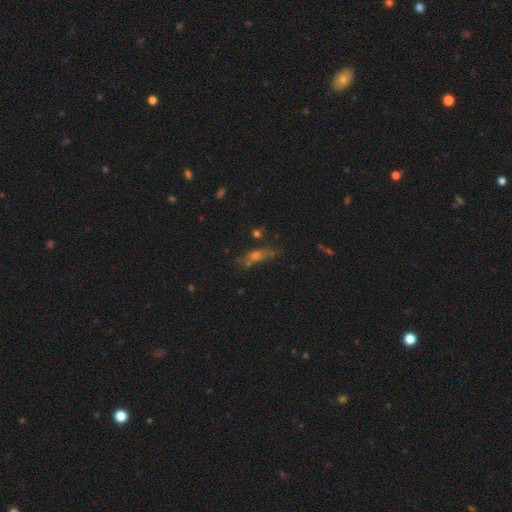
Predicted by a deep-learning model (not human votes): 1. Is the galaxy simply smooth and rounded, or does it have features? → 40% smooth, 35% featured or disk, 25% star or artifact.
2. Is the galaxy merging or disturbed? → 59% none, 22% minor disturbance, 13% major disturbance, 7% merger.